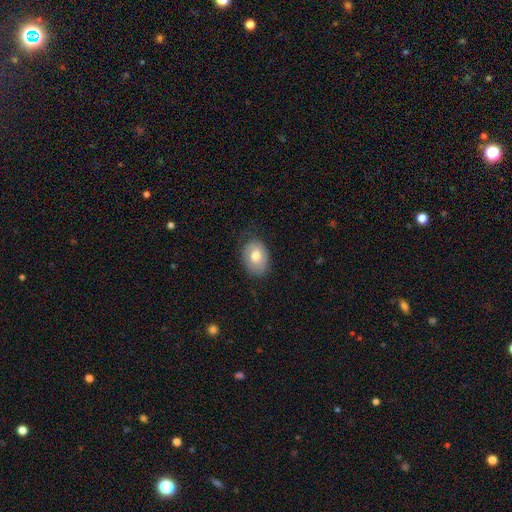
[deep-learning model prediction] smooth_or_featured: smooth (p=0.69) [alt: featured or disk p=0.23]
how_rounded: in between (p=0.75) [alt: round p=0.24]
merging: none (p=0.69) [alt: minor disturbance p=0.23]